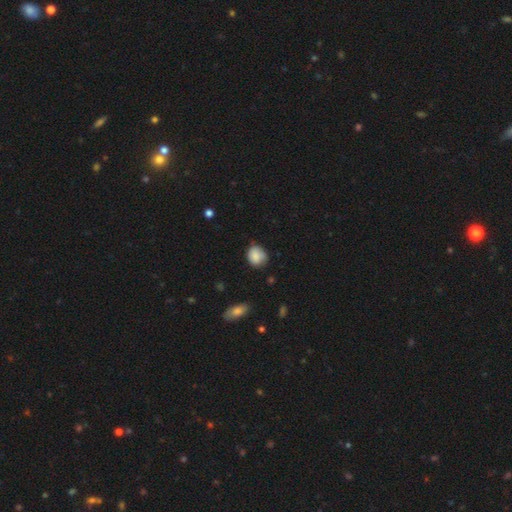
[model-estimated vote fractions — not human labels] smooth-or-featured: smooth: 85% | star or artifact: 8% | featured or disk: 7%
  how-rounded: round: 68% | in between: 31% | cigar-shaped: 1%
  merging: none: 70% | minor disturbance: 25% | major disturbance: 4% | merger: 2%